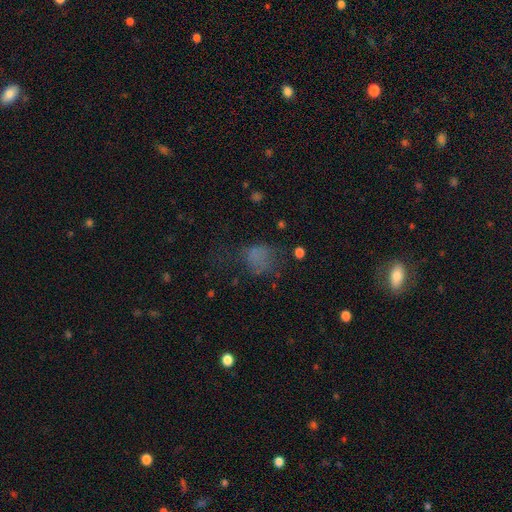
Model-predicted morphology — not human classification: Smooth or featured?
  - smooth: 55% *
  - star or artifact: 26%
  - featured or disk: 19%
How rounded?
  - in between: 54% *
  - round: 44%
  - cigar-shaped: 2%
Merging?
  - none: 43% *
  - major disturbance: 32%
  - minor disturbance: 22%
  - merger: 4%